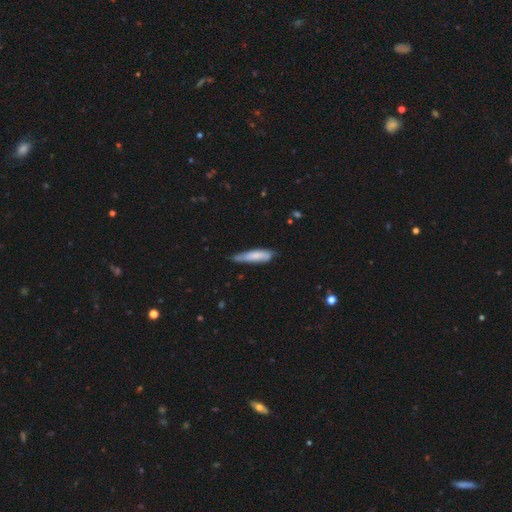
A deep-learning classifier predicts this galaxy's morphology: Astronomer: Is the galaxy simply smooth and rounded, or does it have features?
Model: smooth — 69%.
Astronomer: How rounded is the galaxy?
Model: cigar-shaped — 73%.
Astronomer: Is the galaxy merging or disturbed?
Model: none — 53% (runner-up: minor disturbance, 37%).